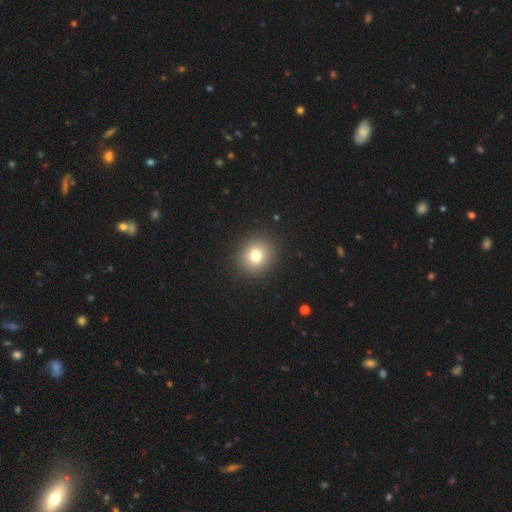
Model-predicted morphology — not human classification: smooth_or_featured: smooth (p=0.78) [alt: star or artifact p=0.13]
how_rounded: round (p=0.86) [alt: in between p=0.13]
merging: none (p=0.92) [alt: minor disturbance p=0.05]